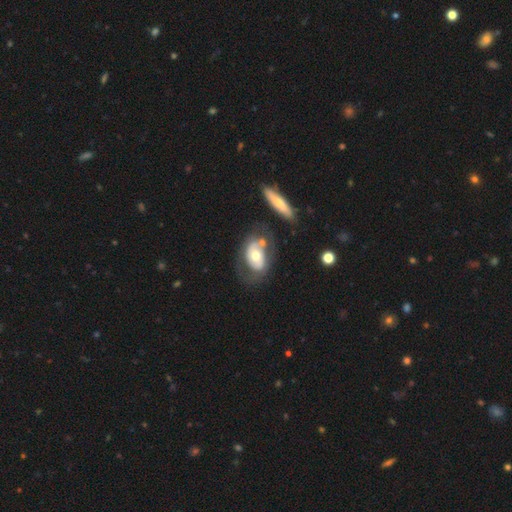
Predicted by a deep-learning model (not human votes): Smooth or featured? Predicted: featured or disk (p=0.55). Edge-on disk? Predicted: no (p=0.91). Merging? Predicted: none (p=0.44).